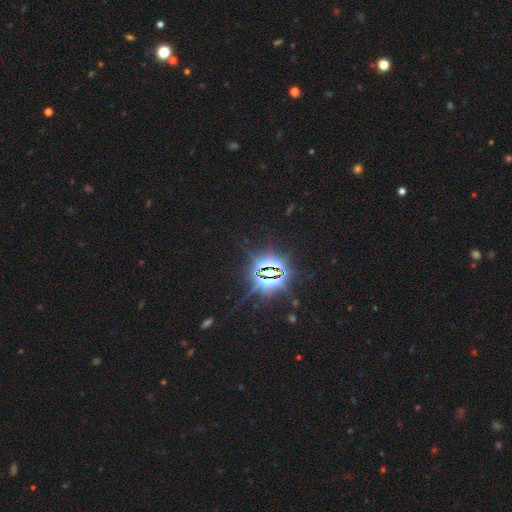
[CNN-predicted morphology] A star or artifact, not a galaxy (86%).